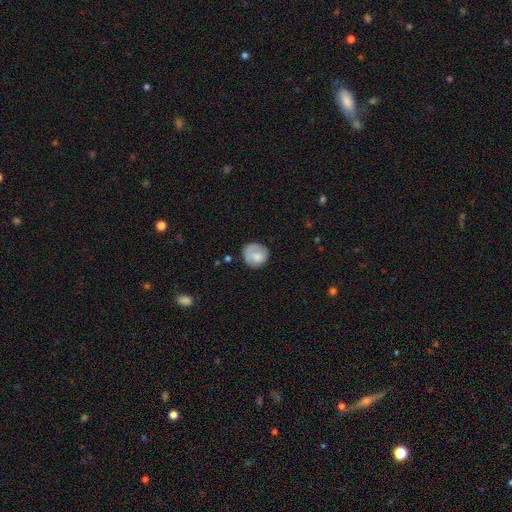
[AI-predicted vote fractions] A smooth galaxy with no disk features (69%) that is round (83%).

Vote fractions:
- Smooth or featured? smooth: 69% / featured or disk: 24% / star or artifact: 7%
- How rounded? round: 83% / in between: 16% / cigar-shaped: 1%
- Merging? none: 63% / minor disturbance: 24% / major disturbance: 12% / merger: 2%